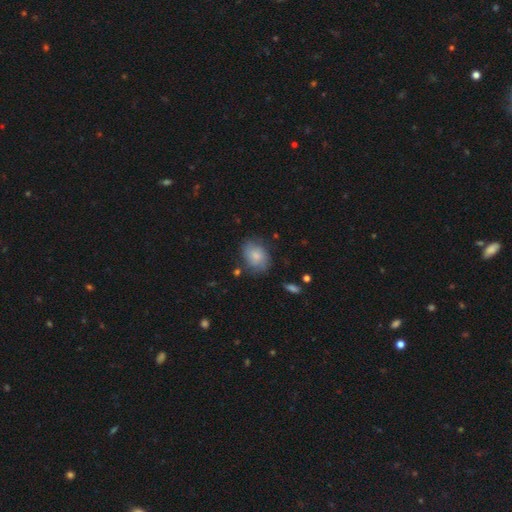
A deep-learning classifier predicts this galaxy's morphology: Q: Smooth or featured?
A: smooth (79%); runner-up: featured or disk (14%)
Q: How rounded?
A: in between (68%); runner-up: round (31%)
Q: Merging?
A: none (70%); runner-up: minor disturbance (21%)